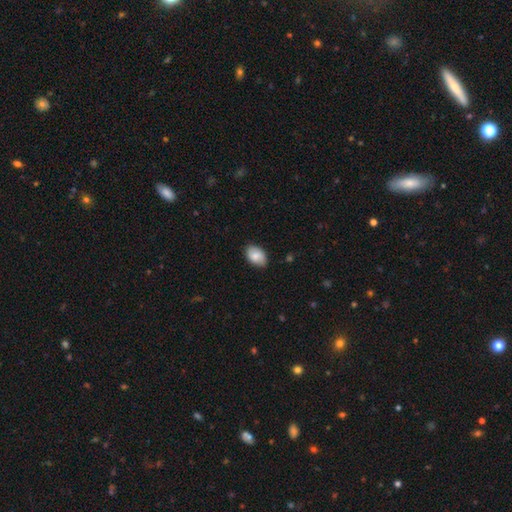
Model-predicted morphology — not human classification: A smooth galaxy with no disk features (81%) that is in between round and cigar-shaped (88%). Merging: none (79%).